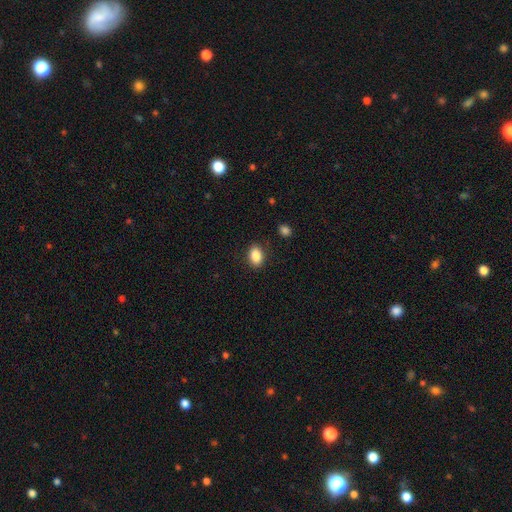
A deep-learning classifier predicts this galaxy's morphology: Smooth or featured? Predicted: smooth (p=0.88). How rounded? Predicted: in between (p=0.82). Merging? Predicted: none (p=0.86).